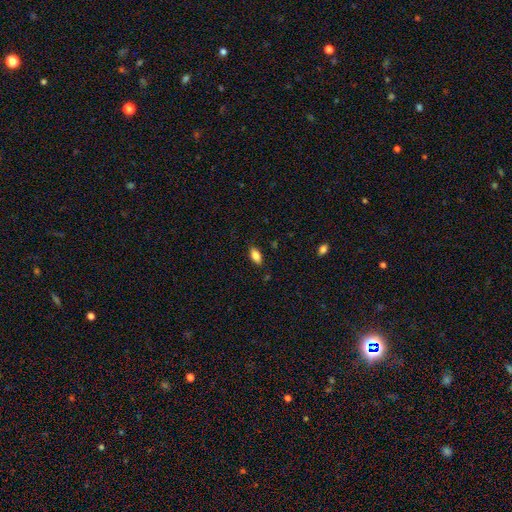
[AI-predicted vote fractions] Morphology: type=smooth (85%); roundness=in between (90%); merging=none (85%).